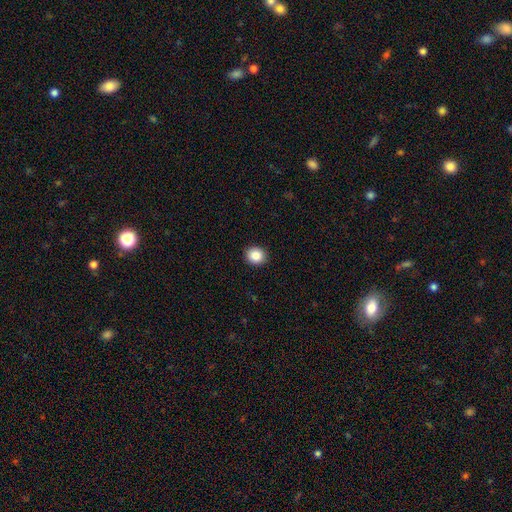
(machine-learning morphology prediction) Smooth or featured?
  - smooth: 86% *
  - star or artifact: 9%
  - featured or disk: 5%
How rounded?
  - round: 79% *
  - in between: 20%
  - cigar-shaped: 1%
Merging?
  - none: 92% *
  - minor disturbance: 5%
  - major disturbance: 2%
  - merger: 1%